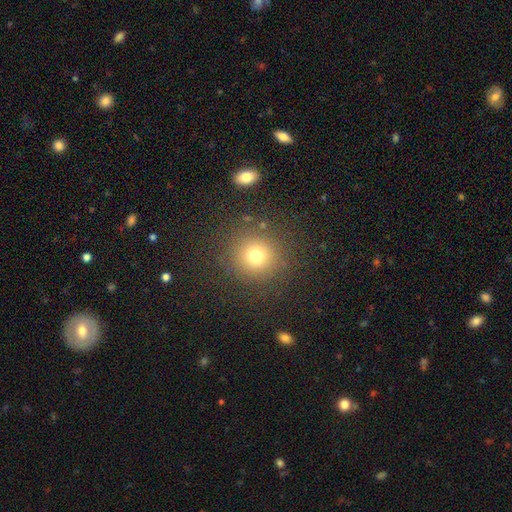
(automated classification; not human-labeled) Smooth or featured?
  - smooth: 74% *
  - star or artifact: 16%
  - featured or disk: 9%
How rounded?
  - round: 92% *
  - in between: 7%
  - cigar-shaped: 1%
Merging?
  - none: 86% *
  - minor disturbance: 8%
  - major disturbance: 4%
  - merger: 2%